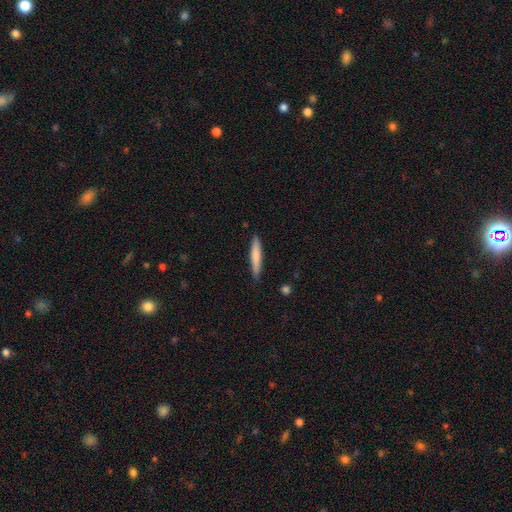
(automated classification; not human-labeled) Smooth or featured? Predicted: smooth (p=0.73). How rounded? Predicted: cigar-shaped (p=0.93). Merging? Predicted: none (p=0.87).